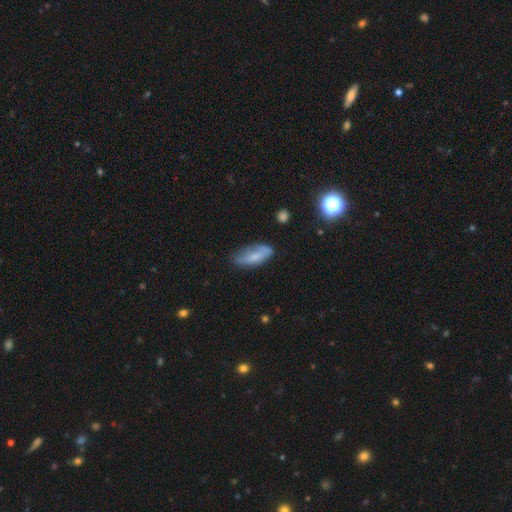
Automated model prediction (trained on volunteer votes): Overall: smooth (66%). How rounded: in between (73%). Merging: none (57%; minor disturbance 30%).